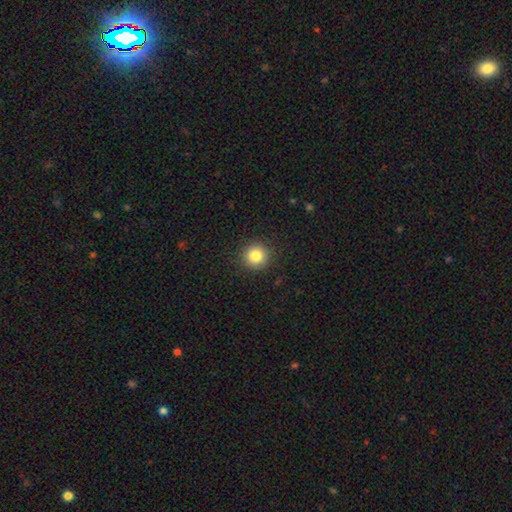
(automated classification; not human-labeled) smooth-or-featured: smooth: 84% | star or artifact: 10% | featured or disk: 6%
  how-rounded: round: 94% | in between: 5% | cigar-shaped: 1%
  merging: none: 92% | minor disturbance: 5% | major disturbance: 2% | merger: 1%